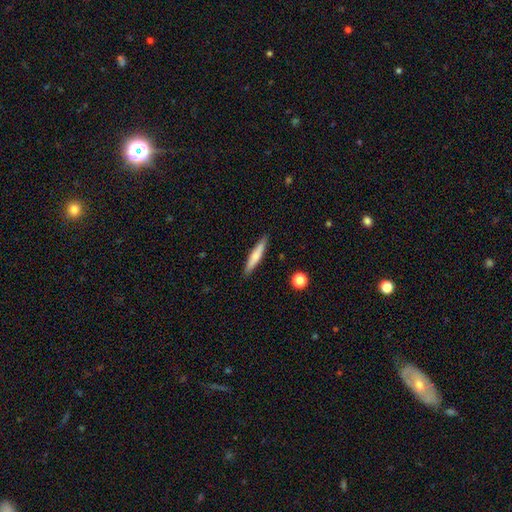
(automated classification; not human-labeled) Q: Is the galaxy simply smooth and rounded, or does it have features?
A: smooth — 62%.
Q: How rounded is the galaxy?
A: cigar-shaped — 90%.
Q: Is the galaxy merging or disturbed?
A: none — 90%.